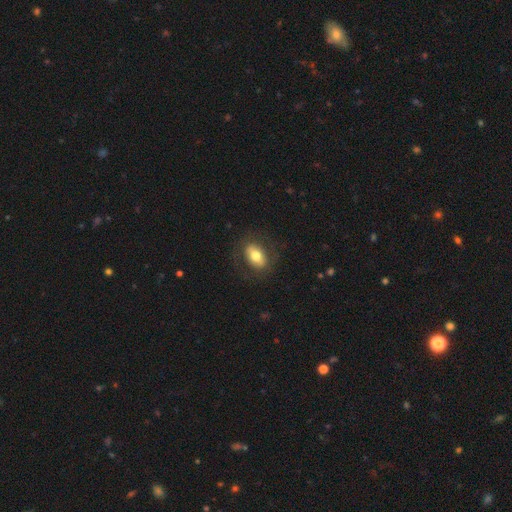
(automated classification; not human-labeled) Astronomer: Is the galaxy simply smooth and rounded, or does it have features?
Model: smooth — 69%.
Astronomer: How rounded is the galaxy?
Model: in between — 84%.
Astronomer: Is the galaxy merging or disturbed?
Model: none — 81%.